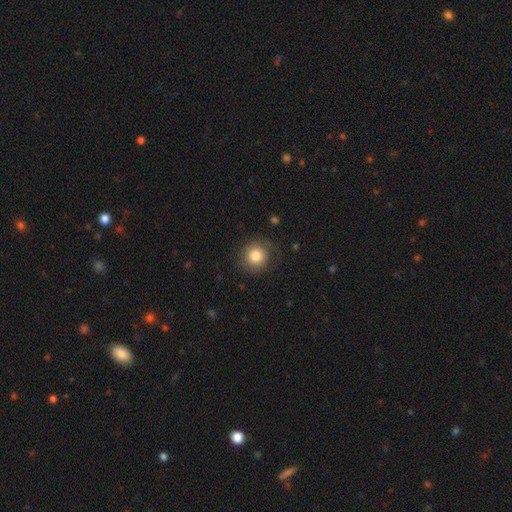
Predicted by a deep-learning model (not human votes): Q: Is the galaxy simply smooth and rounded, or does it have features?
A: smooth — 78%.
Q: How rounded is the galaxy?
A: round — 91%.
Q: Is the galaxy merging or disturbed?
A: none — 76%.